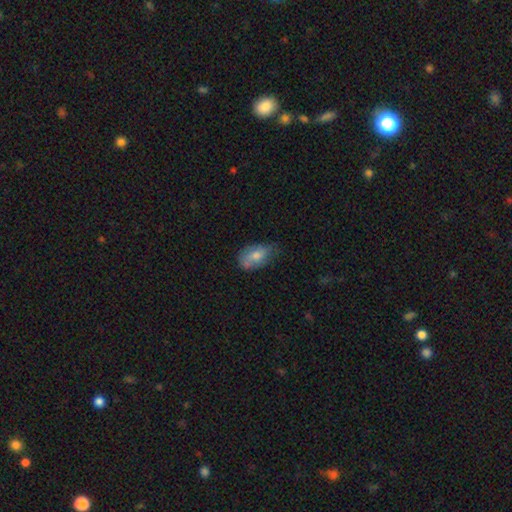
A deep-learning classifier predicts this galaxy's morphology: smooth 67%, featured or disk 25%, star or artifact 8%. Down the decision tree: how rounded — in between (89%); merging — none (50%).